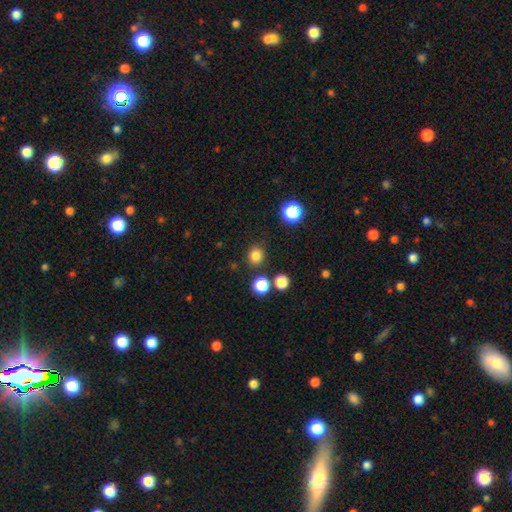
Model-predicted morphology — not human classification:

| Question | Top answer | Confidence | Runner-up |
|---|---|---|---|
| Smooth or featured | smooth | 82% | star or artifact (14%) |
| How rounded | round | 81% | in between (18%) |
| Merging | none | 84% | minor disturbance (8%) |